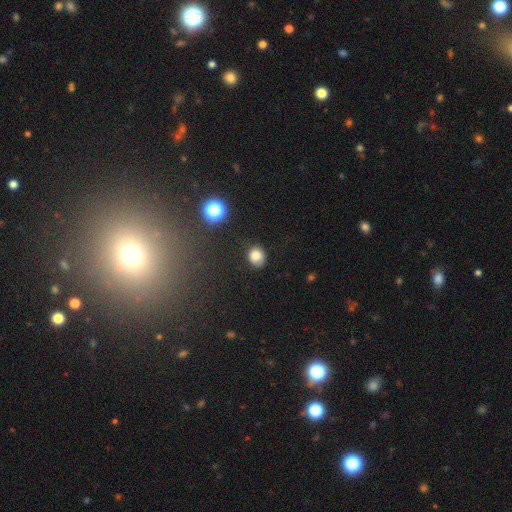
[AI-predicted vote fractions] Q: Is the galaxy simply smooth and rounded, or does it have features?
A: smooth — 81%.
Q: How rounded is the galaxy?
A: round — 63%.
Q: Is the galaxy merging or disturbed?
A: none — 77%.